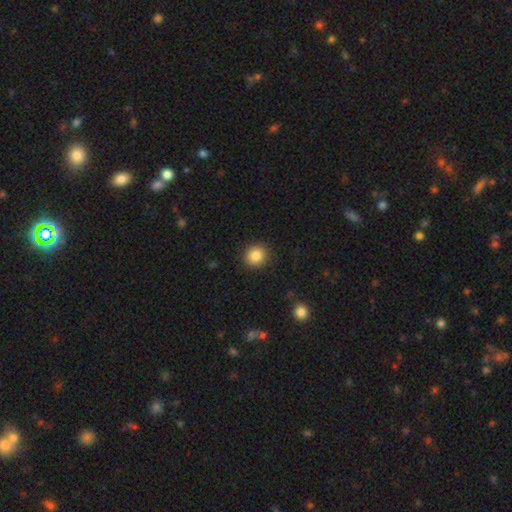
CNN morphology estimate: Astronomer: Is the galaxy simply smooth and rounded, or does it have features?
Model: smooth — 85%.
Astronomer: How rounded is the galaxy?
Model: round — 85%.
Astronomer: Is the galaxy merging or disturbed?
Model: none — 90%.